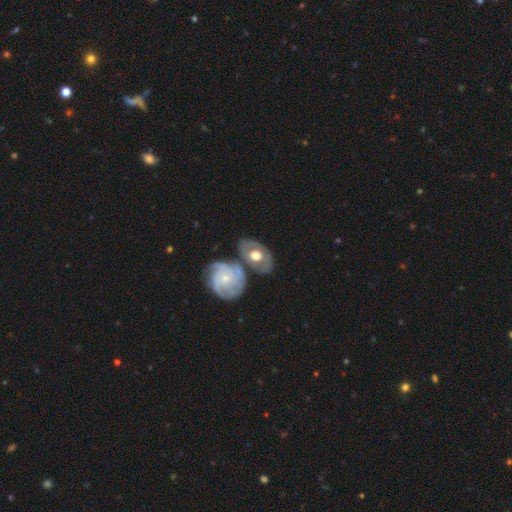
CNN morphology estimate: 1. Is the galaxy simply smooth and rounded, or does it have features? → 65% featured or disk, 30% smooth, 5% star or artifact.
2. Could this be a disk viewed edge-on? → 91% no, 9% yes.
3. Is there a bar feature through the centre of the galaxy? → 82% no, 14% weak, 4% strong.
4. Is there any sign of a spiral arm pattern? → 58% yes, 42% no.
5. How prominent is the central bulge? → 54% moderate, 25% large, 16% small, 3% dominant, 2% none.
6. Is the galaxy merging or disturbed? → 58% none, 22% merger, 15% minor disturbance, 6% major disturbance.